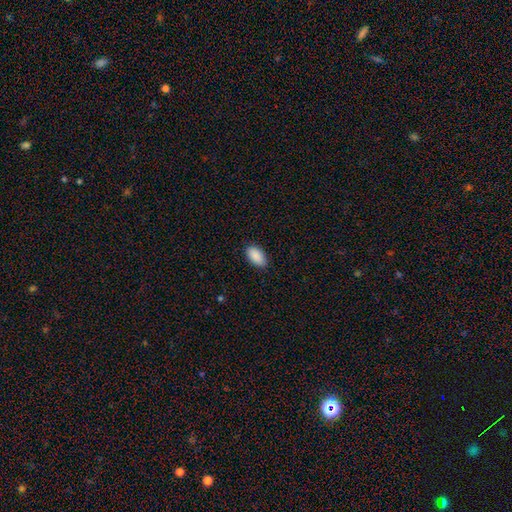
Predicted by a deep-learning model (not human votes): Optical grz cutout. It shows a smooth galaxy with no disk features (90%) that is in between round and cigar-shaped (95%). Merging: none (87%).